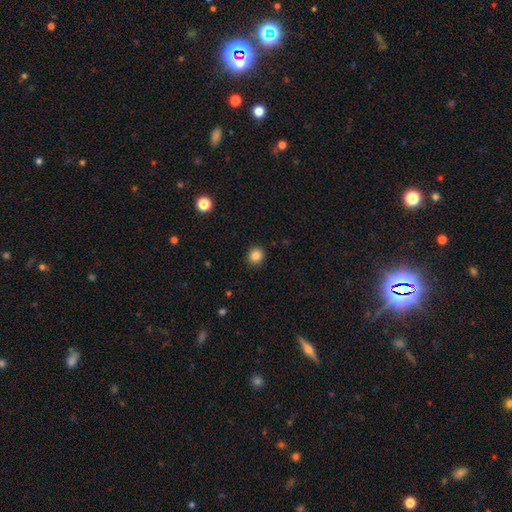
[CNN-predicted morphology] Smooth or featured? Predicted: smooth (p=0.85). How rounded? Predicted: round (p=0.86). Merging? Predicted: none (p=0.90).